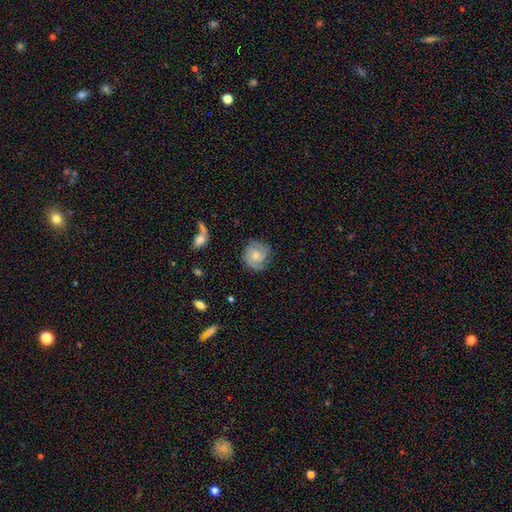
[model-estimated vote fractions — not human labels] Smooth or featured?
  - featured or disk: 64% *
  - smooth: 29%
  - star or artifact: 7%
Edge-on disk?
  - no: 97% *
  - yes: 3%
Bar?
  - no: 71% *
  - weak: 25%
  - strong: 4%
Spiral arms?
  - yes: 91% *
  - no: 9%
Spiral winding?
  - tight: 52% *
  - medium: 36%
  - loose: 12%
Spiral arm count?
  - 2: 59% *
  - can't tell: 18%
  - 3: 12%
  - 1: 6%
  - 4: 3%
  - more than 4: 2%
Bulge size?
  - moderate: 50% *
  - small: 39%
  - none: 5%
  - large: 5%
  - dominant: 1%
Merging?
  - none: 75% *
  - minor disturbance: 17%
  - major disturbance: 6%
  - merger: 2%